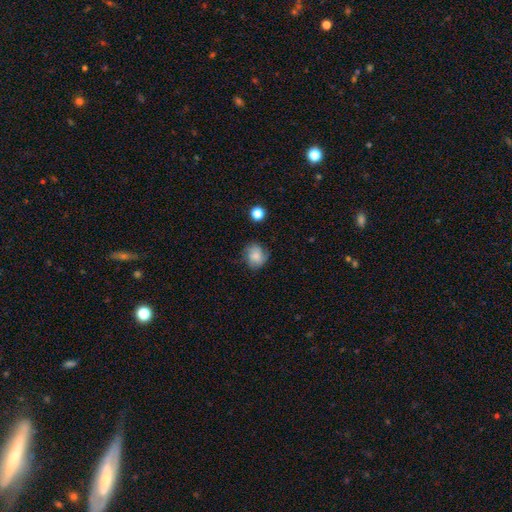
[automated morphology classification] Overall: smooth (66%). How rounded: round (75%). Merging: none (69%).